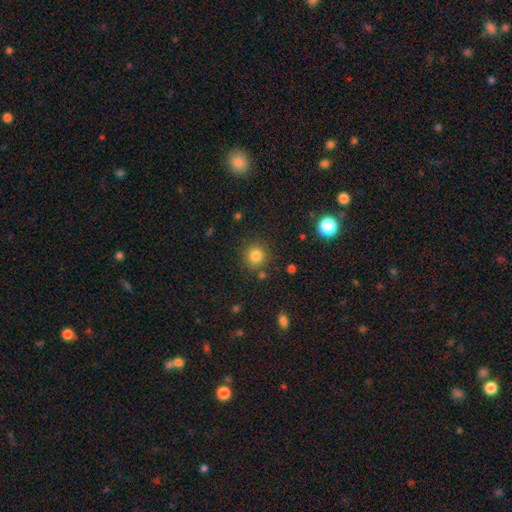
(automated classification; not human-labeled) Q: Smooth or featured?
A: smooth (82%); runner-up: star or artifact (13%)
Q: How rounded?
A: round (92%); runner-up: in between (7%)
Q: Merging?
A: none (84%); runner-up: minor disturbance (9%)